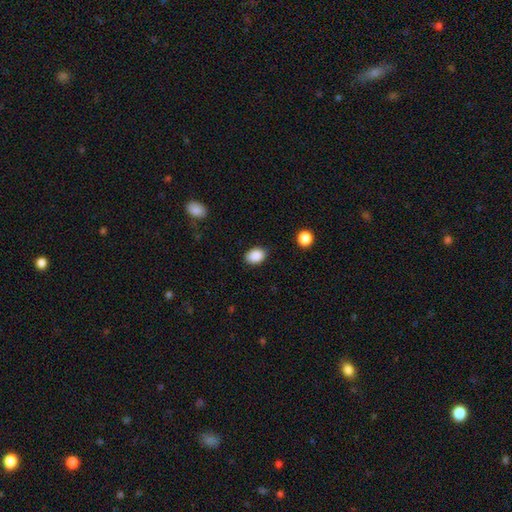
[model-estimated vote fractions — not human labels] smooth-or-featured: smooth: 88% | star or artifact: 8% | featured or disk: 4%
  how-rounded: in between: 77% | round: 22% | cigar-shaped: 1%
  merging: none: 85% | minor disturbance: 11% | major disturbance: 3% | merger: 1%